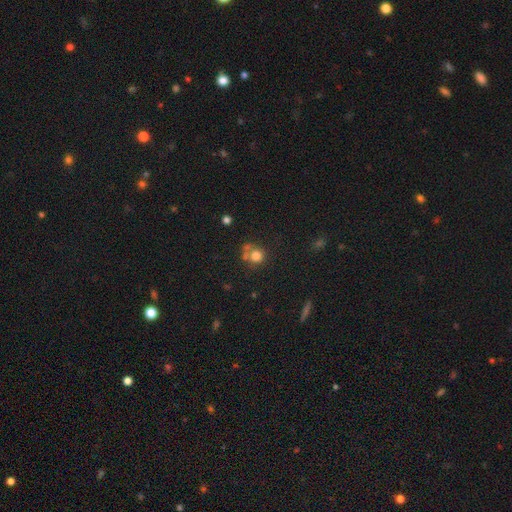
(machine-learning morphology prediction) Smooth or featured?
  - smooth: 76% *
  - star or artifact: 13%
  - featured or disk: 12%
How rounded?
  - round: 83% *
  - in between: 16%
  - cigar-shaped: 1%
Merging?
  - none: 48% *
  - merger: 26%
  - minor disturbance: 16%
  - major disturbance: 10%